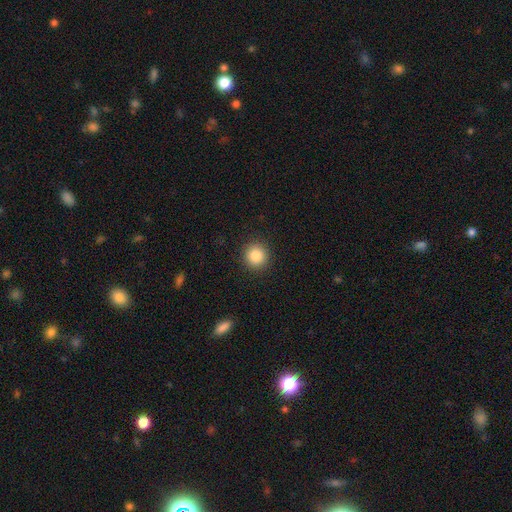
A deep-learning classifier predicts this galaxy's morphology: This appears to be a smooth galaxy with no disk features (84%) that is round (94%). Merging: none (92%).